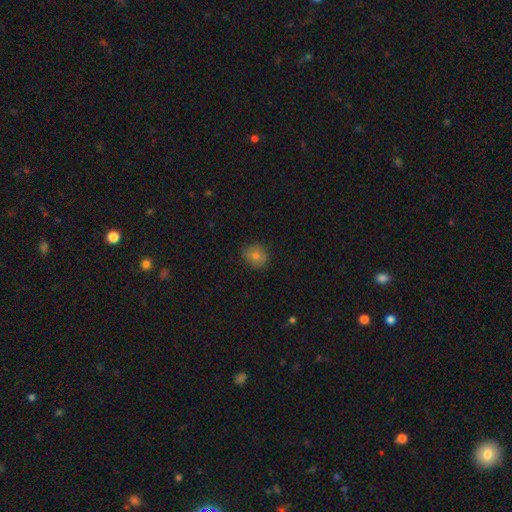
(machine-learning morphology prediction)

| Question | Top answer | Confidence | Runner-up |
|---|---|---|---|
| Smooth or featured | smooth | 73% | featured or disk (14%) |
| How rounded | round | 77% | in between (22%) |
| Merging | none | 84% | minor disturbance (12%) |